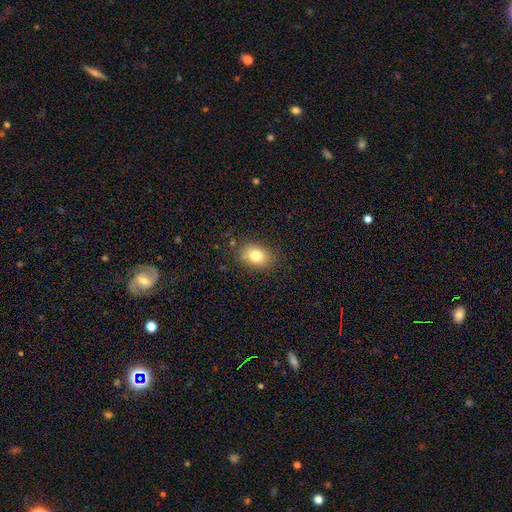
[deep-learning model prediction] smooth_or_featured: smooth (p=0.79) [alt: featured or disk p=0.11]
how_rounded: in between (p=0.65) [alt: round p=0.34]
merging: none (p=0.81) [alt: minor disturbance p=0.13]